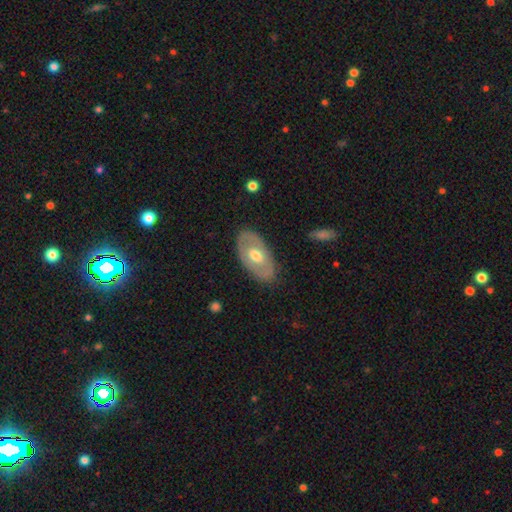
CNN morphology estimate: Overall: featured or disk (52%; smooth 43%). Edge-on disk: no (87%). Merging: none (81%).